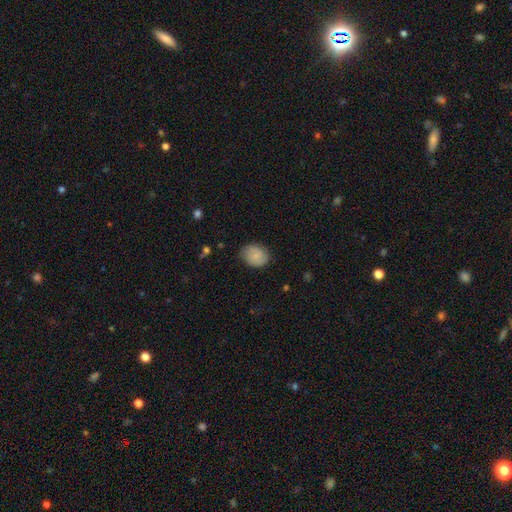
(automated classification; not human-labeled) A smooth galaxy with no disk features (71%) that is in between round and cigar-shaped (51%).

Vote fractions:
- Smooth or featured? smooth: 71% / featured or disk: 22% / star or artifact: 7%
- How rounded? in between: 51% / round: 48% / cigar-shaped: 1%
- Merging? none: 79% / minor disturbance: 17% / major disturbance: 4% / merger: 1%